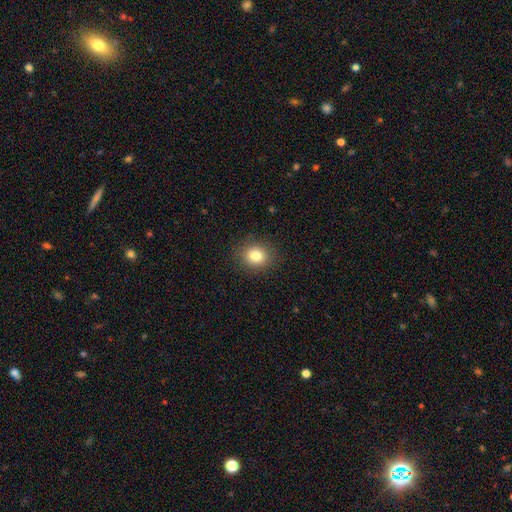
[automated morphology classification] Overall: smooth (82%). How rounded: round (68%; in between 31%). Merging: none (88%).